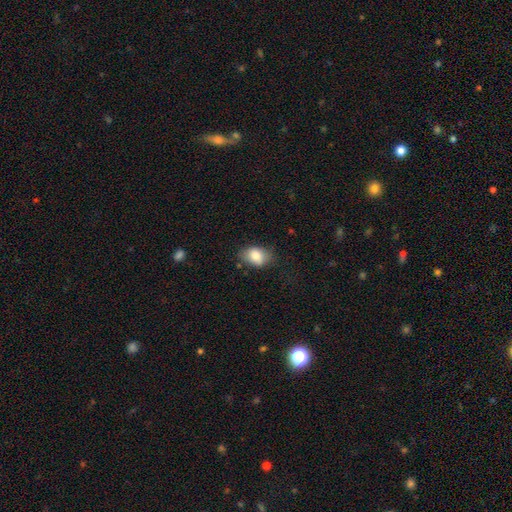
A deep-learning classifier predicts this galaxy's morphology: Smooth or featured: smooth — 83% (featured or disk — 9%)
How rounded: in between — 77% (round — 22%)
Merging: none — 70% (minor disturbance — 22%)